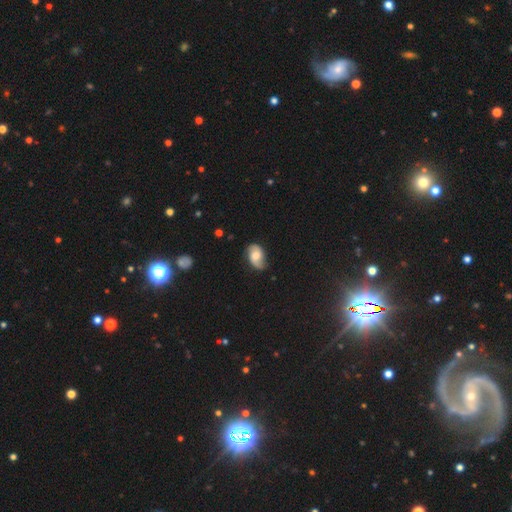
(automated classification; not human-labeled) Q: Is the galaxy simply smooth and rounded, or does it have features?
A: featured or disk — 50%.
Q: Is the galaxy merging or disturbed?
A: none — 68%.